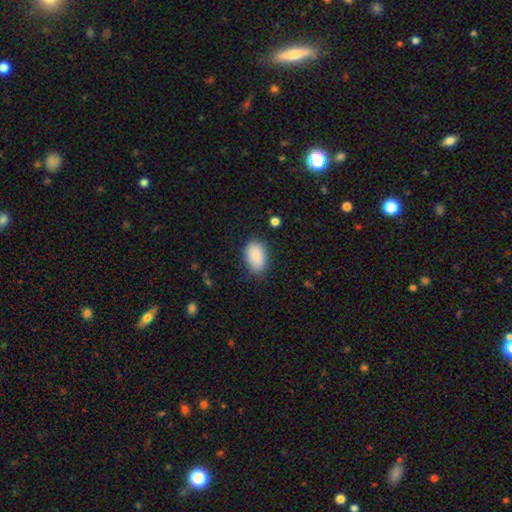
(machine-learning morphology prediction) Smooth or featured: smooth — 85% (featured or disk — 8%)
How rounded: in between — 89% (round — 9%)
Merging: none — 79% (minor disturbance — 16%)